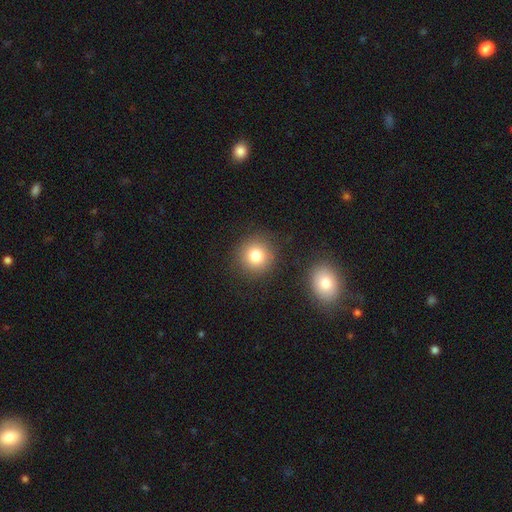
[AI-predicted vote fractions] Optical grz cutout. It shows a smooth galaxy with no disk features (80%) that is round (92%). Merging: none (86%).